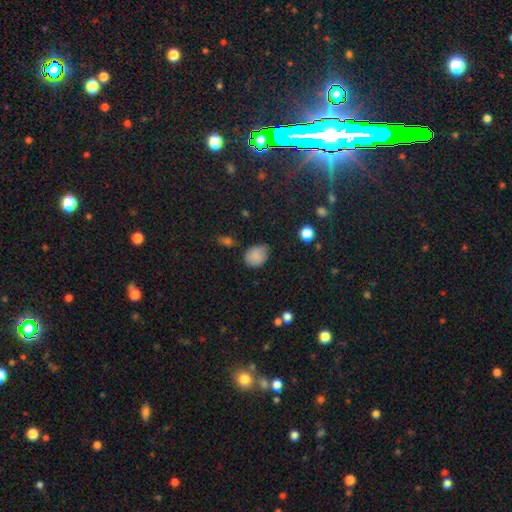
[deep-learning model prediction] Q: Smooth or featured?
A: smooth (81%); runner-up: star or artifact (10%)
Q: How rounded?
A: in between (51%); runner-up: round (48%)
Q: Merging?
A: none (63%); runner-up: minor disturbance (29%)